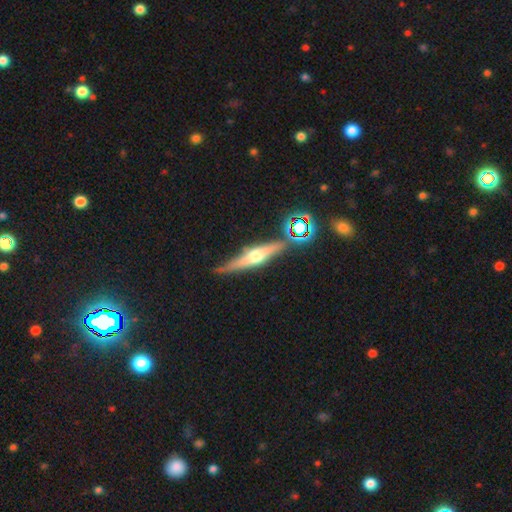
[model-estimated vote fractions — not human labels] Smooth or featured?
  - featured or disk: 68% *
  - smooth: 22%
  - star or artifact: 10%
Edge-on disk?
  - yes: 95% *
  - no: 5%
Edge-on bulge?
  - rounded: 91% *
  - boxy: 6%
  - none: 3%
Merging?
  - none: 78% *
  - minor disturbance: 13%
  - merger: 6%
  - major disturbance: 3%